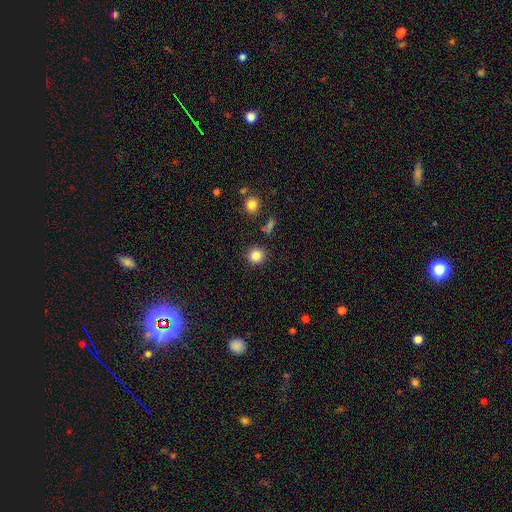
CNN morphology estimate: Overall: smooth (85%). How rounded: round (91%). Merging: none (89%).